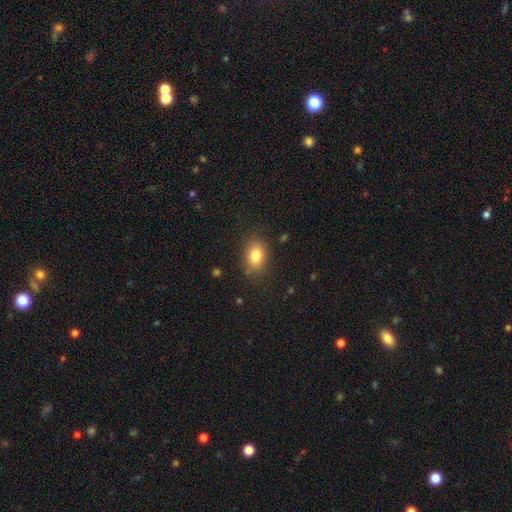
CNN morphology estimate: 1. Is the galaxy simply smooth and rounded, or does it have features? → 82% smooth, 9% star or artifact, 8% featured or disk.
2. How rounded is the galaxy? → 76% in between, 23% round, 1% cigar-shaped.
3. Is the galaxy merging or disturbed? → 82% none, 13% minor disturbance, 4% major disturbance, 2% merger.